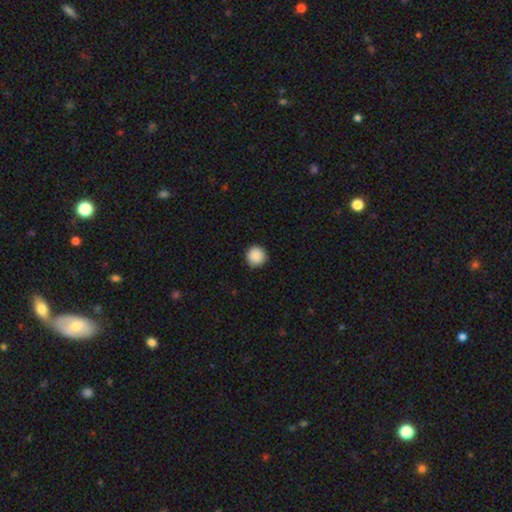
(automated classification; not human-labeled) Morphology: type=smooth (89%); roundness=round (96%); merging=none (92%).